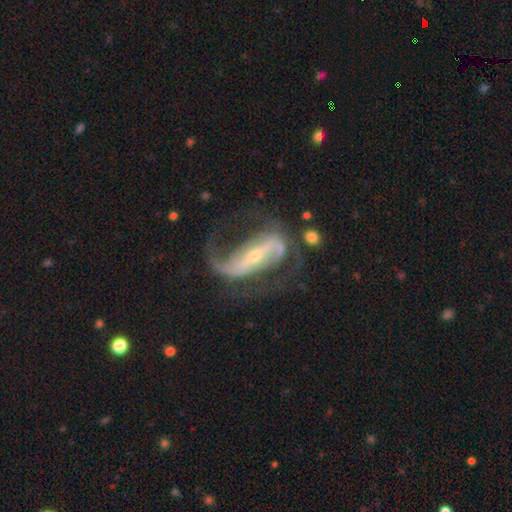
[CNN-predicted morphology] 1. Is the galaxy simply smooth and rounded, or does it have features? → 88% featured or disk, 6% smooth, 6% star or artifact.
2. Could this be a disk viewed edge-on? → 93% no, 7% yes.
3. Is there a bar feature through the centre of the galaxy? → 66% strong, 20% weak, 13% no.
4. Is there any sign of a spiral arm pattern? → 94% yes, 6% no.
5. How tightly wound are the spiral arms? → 45% loose, 41% medium, 14% tight.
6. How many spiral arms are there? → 87% 2, 7% 1, 4% can't tell, 1% 3, 1% 4, 1% more than 4.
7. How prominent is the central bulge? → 70% small, 25% moderate, 2% large, 2% none, 1% dominant.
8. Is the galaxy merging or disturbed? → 59% none, 21% major disturbance, 17% minor disturbance, 3% merger.